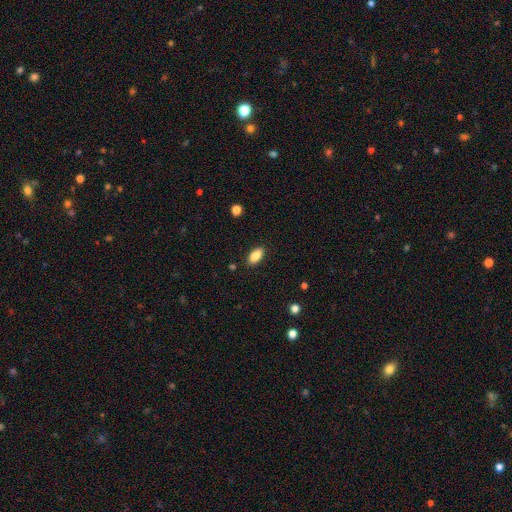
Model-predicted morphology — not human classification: smooth 84%, featured or disk 9%, star or artifact 7%. Down the decision tree: how rounded — in between (90%); merging — none (88%).